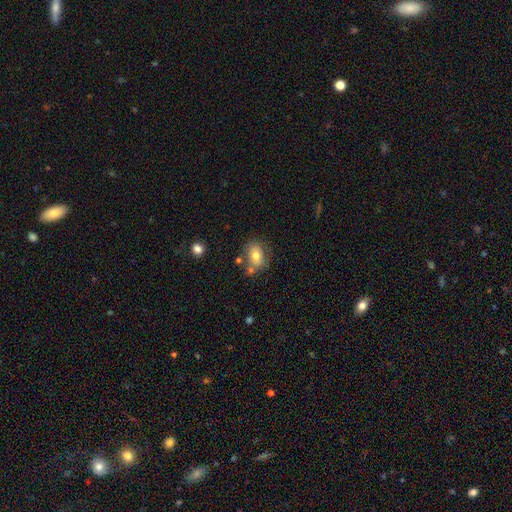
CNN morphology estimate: This is likely a smooth galaxy (72%). How rounded: likely in between (67%). Merging: likely none (63%).